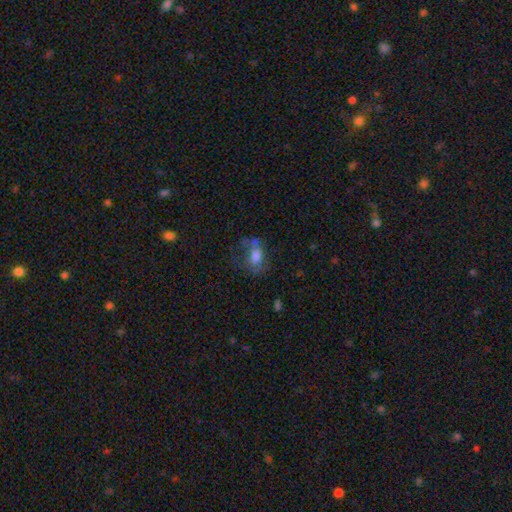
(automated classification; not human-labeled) Smooth or featured? smooth (55%)
How rounded? in between (77%)
Merging? none (37%)